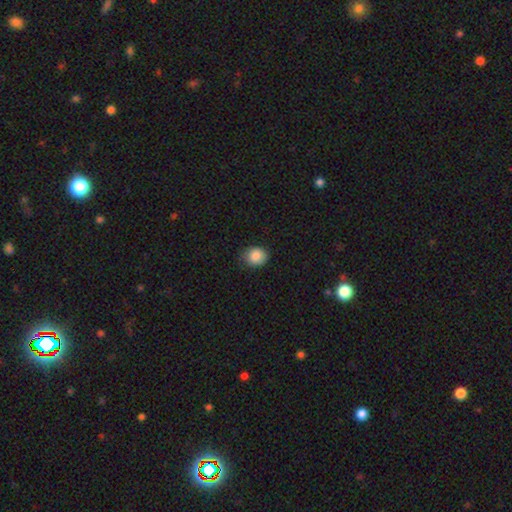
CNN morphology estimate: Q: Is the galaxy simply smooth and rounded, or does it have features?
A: smooth — 86%.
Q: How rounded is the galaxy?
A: round — 63%.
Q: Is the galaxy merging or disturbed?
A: none — 74%.